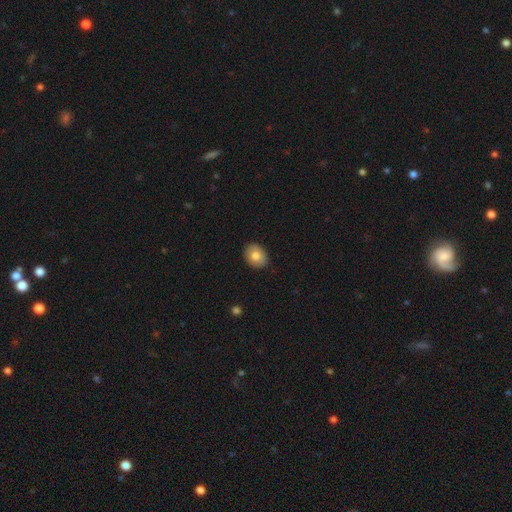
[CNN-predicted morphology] Smooth or featured? Predicted: smooth (p=0.81). How rounded? Predicted: in between (p=0.64). Merging? Predicted: none (p=0.88).